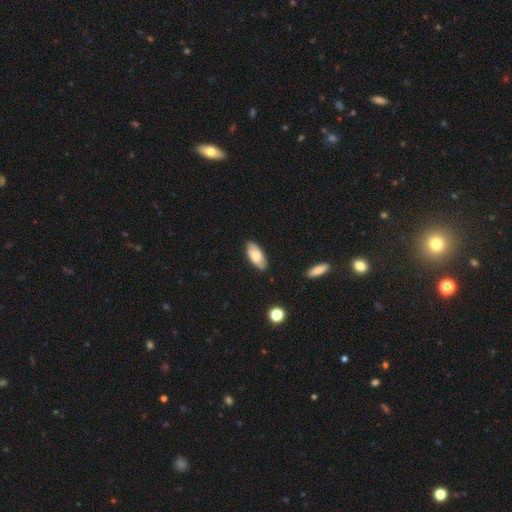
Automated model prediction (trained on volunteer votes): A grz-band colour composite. It shows a smooth galaxy with no disk features (75%) that is in between round and cigar-shaped (90%). Merging: none (83%).